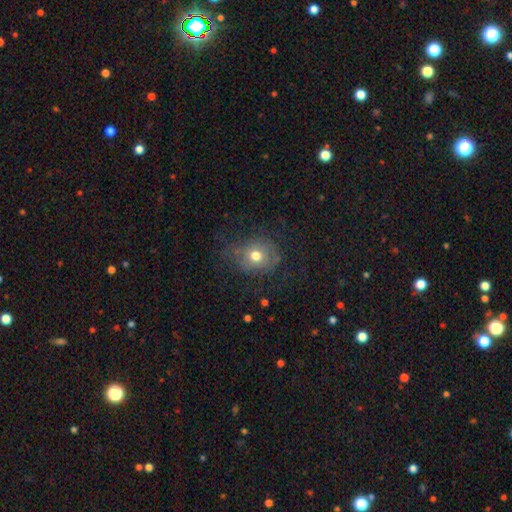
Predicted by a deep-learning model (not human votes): This is possibly a smooth galaxy (57%). How rounded: likely round (62%). Merging: possibly none (59%).